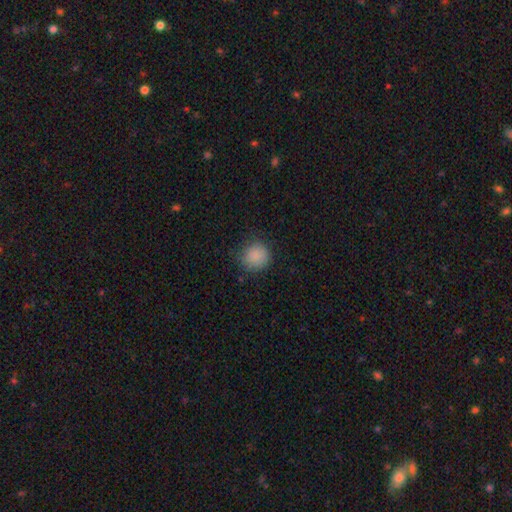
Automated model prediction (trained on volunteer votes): A smooth galaxy with no disk features (86%) that is round (90%).

Vote fractions:
- Smooth or featured? smooth: 86% / star or artifact: 9% / featured or disk: 4%
- How rounded? round: 90% / in between: 9% / cigar-shaped: 1%
- Merging? none: 79% / minor disturbance: 15% / major disturbance: 5% / merger: 1%